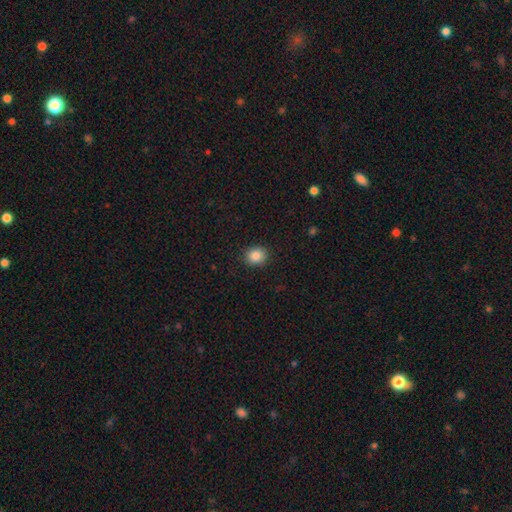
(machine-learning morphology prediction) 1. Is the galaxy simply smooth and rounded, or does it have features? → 87% smooth, 10% star or artifact, 4% featured or disk.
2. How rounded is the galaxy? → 71% round, 28% in between, 1% cigar-shaped.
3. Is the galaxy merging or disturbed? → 90% none, 7% minor disturbance, 2% major disturbance, 1% merger.